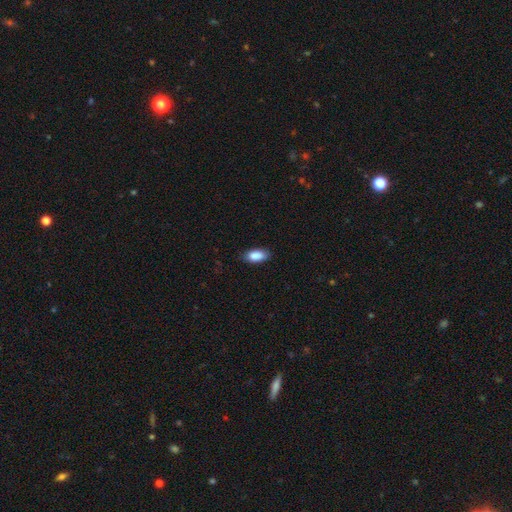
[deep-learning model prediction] smooth-or-featured: smooth: 88% | star or artifact: 7% | featured or disk: 5%
  how-rounded: in between: 91% | cigar-shaped: 6% | round: 3%
  merging: none: 81% | minor disturbance: 15% | major disturbance: 3% | merger: 1%